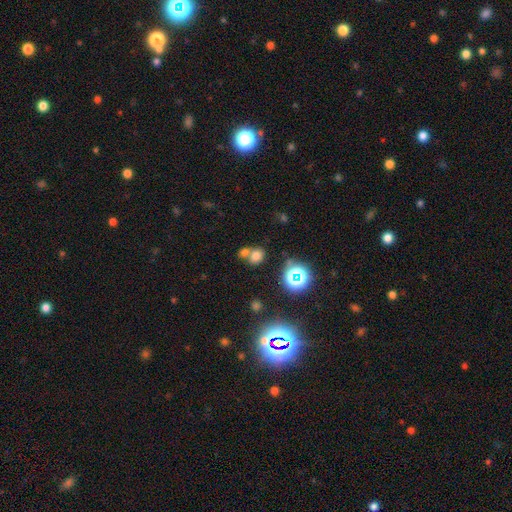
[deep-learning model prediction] Smooth or featured? smooth (68%)
How rounded? round (54%)
Merging? none (44%)